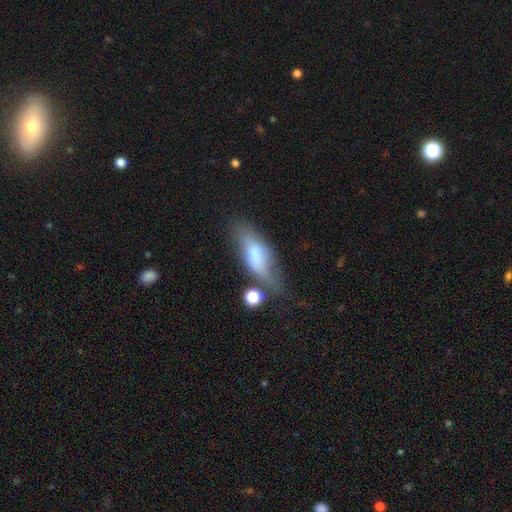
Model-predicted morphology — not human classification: The model was most divided on "merging": none: 47%, minor disturbance: 27%, major disturbance: 15%, merger: 10%. More confident: how rounded — in between (64%); smooth or featured — smooth (64%).